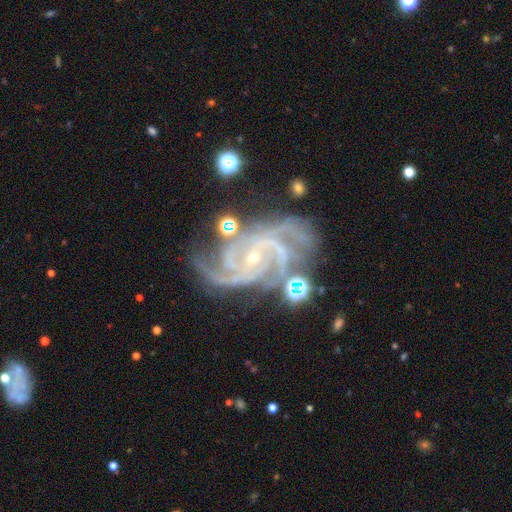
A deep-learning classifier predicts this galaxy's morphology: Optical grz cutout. It shows a featured or disk galaxy (92%) with no bar (55%), 3 (37%) tight (55%) spiral arms (99%) and a small central bulge (81%). Merging: none (62%).